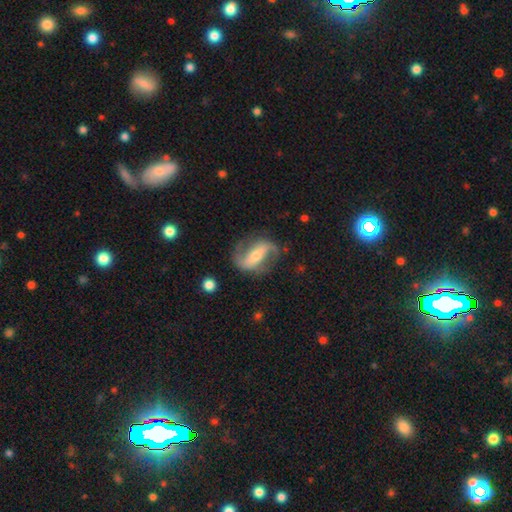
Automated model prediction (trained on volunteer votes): Smooth or featured?
  - featured or disk: 85% *
  - smooth: 10%
  - star or artifact: 5%
Edge-on disk?
  - no: 94% *
  - yes: 6%
Bar?
  - strong: 60% *
  - weak: 24%
  - no: 16%
Spiral arms?
  - yes: 92% *
  - no: 8%
Spiral winding?
  - loose: 43% *
  - medium: 40%
  - tight: 17%
Spiral arm count?
  - 2: 90% *
  - 1: 4%
  - can't tell: 4%
  - 3: 1%
  - 4: 1%
  - more than 4: 1%
Bulge size?
  - moderate: 49% *
  - small: 45%
  - large: 3%
  - none: 1%
  - dominant: 1%
Merging?
  - none: 76% *
  - minor disturbance: 14%
  - major disturbance: 8%
  - merger: 2%